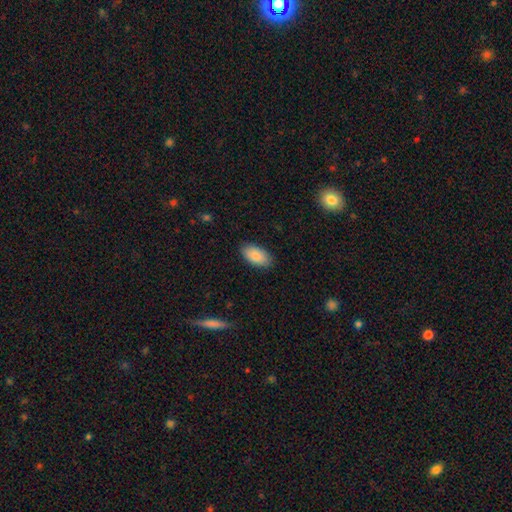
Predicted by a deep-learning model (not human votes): The model was most divided on "merging": none: 87%, minor disturbance: 10%, major disturbance: 2%, merger: 1%. More confident: how rounded — in between (95%); smooth or featured — smooth (87%).